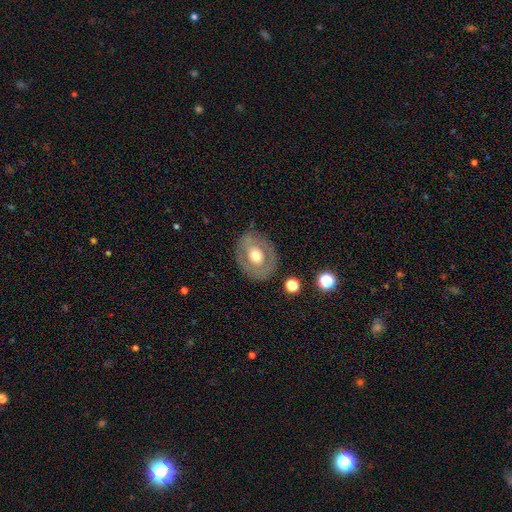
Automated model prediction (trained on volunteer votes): This appears to be a smooth galaxy with no disk features (47%). Merging: none (78%).